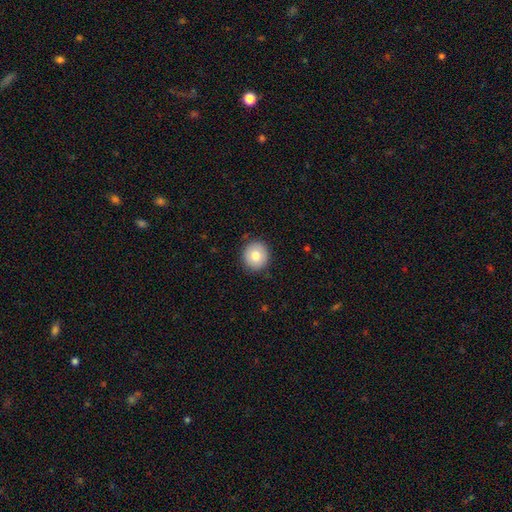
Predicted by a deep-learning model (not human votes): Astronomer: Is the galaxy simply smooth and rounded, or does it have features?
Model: smooth — 79%.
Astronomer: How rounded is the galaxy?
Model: round — 90%.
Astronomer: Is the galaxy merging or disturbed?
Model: none — 89%.